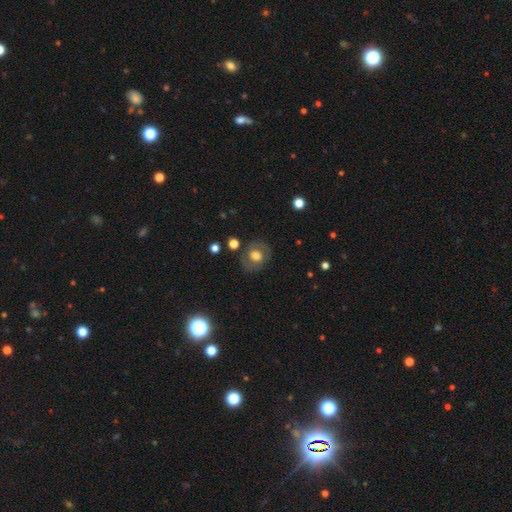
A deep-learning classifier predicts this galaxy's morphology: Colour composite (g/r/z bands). It shows a smooth galaxy with no disk features (54%) that is round (65%). Merging: none (78%).